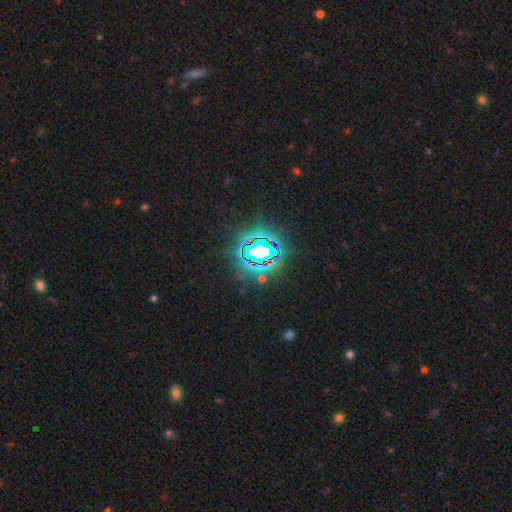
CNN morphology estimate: A star or artifact, not a galaxy (84%).